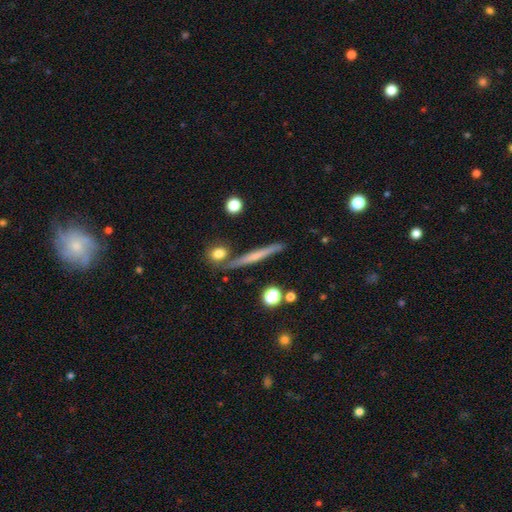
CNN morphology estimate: A featured or disk galaxy (54%) viewed edge-on (95%) with no central bulge (59%).

Vote fractions:
- Smooth or featured? featured or disk: 54% / smooth: 39% / star or artifact: 8%
- Edge-on disk? yes: 95% / no: 5%
- Edge-on bulge? none: 59% / rounded: 32% / boxy: 10%
- Merging? none: 82% / minor disturbance: 10% / merger: 6% / major disturbance: 3%